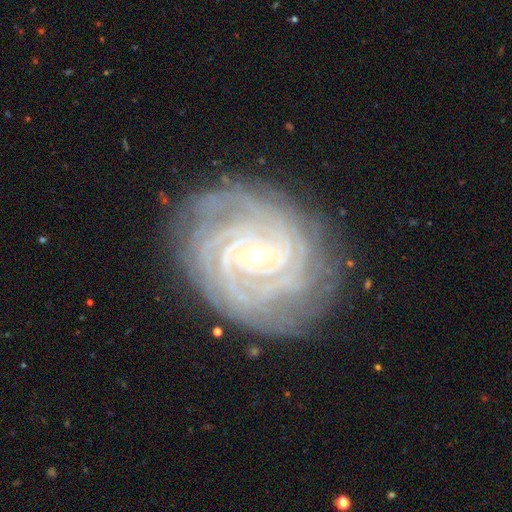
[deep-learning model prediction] Smooth or featured: featured or disk — 91% (star or artifact — 5%)
Edge-on disk: no — 97% (yes — 3%)
Bar: weak — 49% (strong — 28%)
Spiral arms: yes — 98% (no — 2%)
Spiral winding: tight — 85% (medium — 13%)
Spiral arm count: 4 — 27% (can't tell — 20%)
Bulge size: small — 55% (moderate — 42%)
Merging: none — 83% (minor disturbance — 13%)